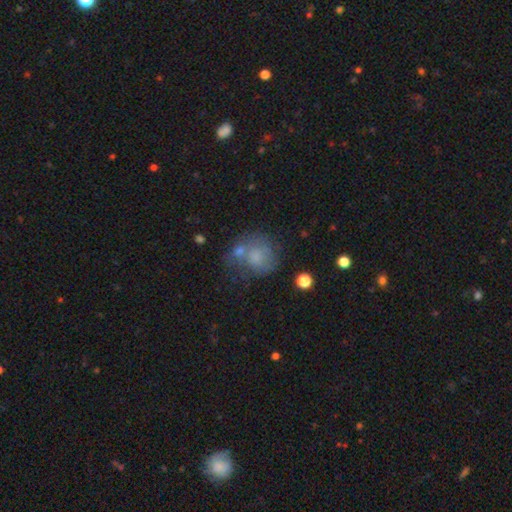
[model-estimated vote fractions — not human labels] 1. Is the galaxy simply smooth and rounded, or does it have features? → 63% smooth, 24% featured or disk, 13% star or artifact.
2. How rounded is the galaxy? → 76% round, 23% in between, 1% cigar-shaped.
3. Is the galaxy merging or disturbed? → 42% none, 23% merger, 20% minor disturbance, 15% major disturbance.